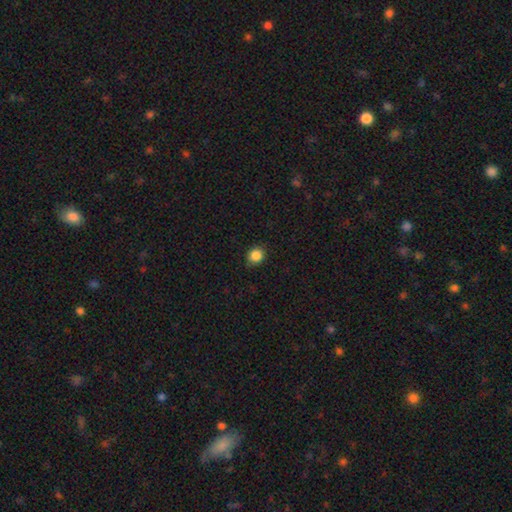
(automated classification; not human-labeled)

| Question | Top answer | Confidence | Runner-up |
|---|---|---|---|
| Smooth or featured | smooth | 86% | star or artifact (11%) |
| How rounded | round | 83% | in between (16%) |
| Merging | none | 86% | minor disturbance (11%) |